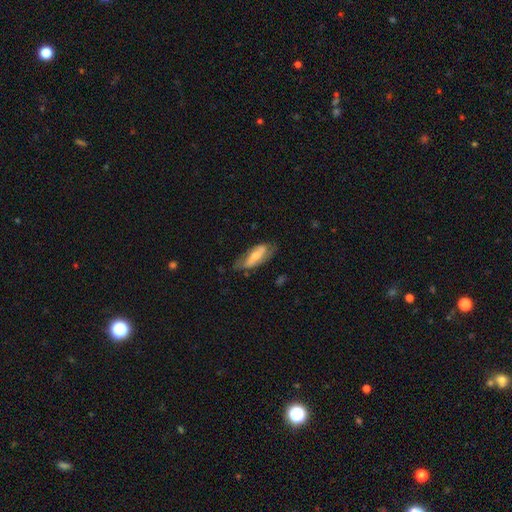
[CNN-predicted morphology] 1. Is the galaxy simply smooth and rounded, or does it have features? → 53% featured or disk, 41% smooth, 6% star or artifact.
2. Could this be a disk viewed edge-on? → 81% no, 19% yes.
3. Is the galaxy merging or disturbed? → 61% none, 27% minor disturbance, 10% major disturbance, 2% merger.